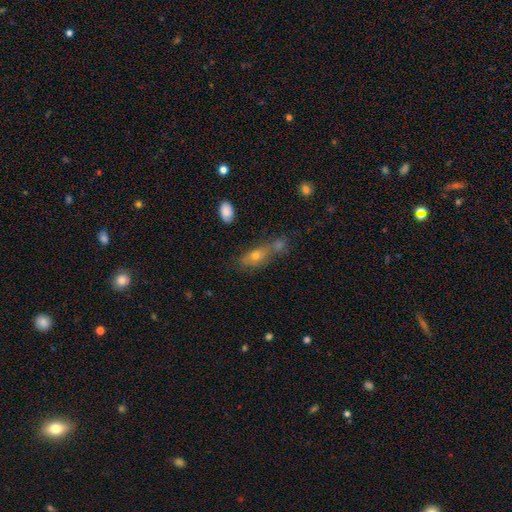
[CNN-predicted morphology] Q: Smooth or featured?
A: smooth (50%); runner-up: featured or disk (30%)
Q: Merging?
A: none (48%); runner-up: merger (33%)